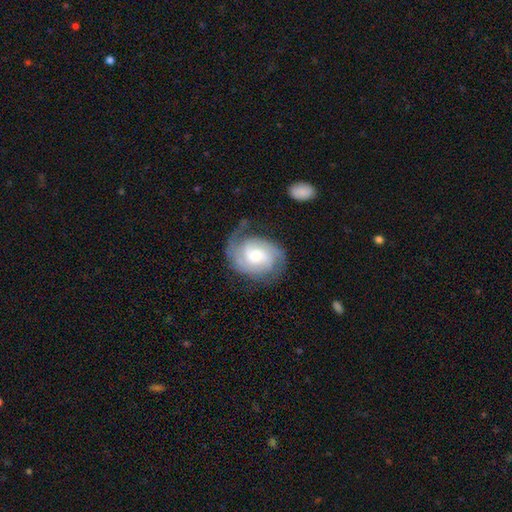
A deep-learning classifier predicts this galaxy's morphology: smooth_or_featured: featured or disk (p=0.83) [alt: smooth p=0.12]
disk_edge_on: no (p=0.98) [alt: yes p=0.02]
bar: no (p=0.56) [alt: weak p=0.37]
has_spiral_arms: yes (p=0.97) [alt: no p=0.03]
spiral_winding: tight (p=0.50) [alt: medium p=0.39]
spiral_arm_count: 2 (p=0.66) [alt: can't tell p=0.12]
bulge_size: moderate (p=0.49) [alt: small p=0.23]
merging: none (p=0.63) [alt: minor disturbance p=0.21]